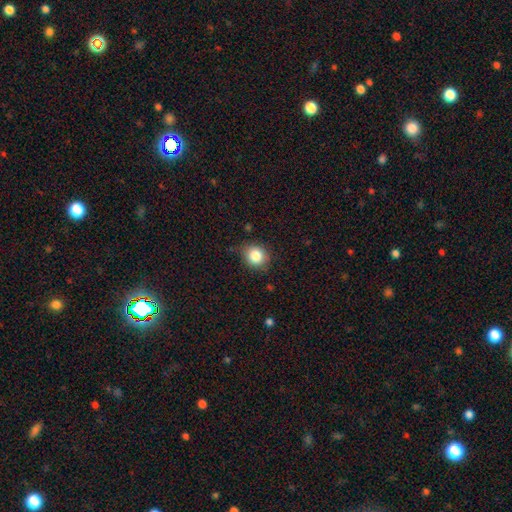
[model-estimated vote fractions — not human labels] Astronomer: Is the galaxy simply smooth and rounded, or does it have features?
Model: smooth — 84%.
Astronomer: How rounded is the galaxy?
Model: round — 77%.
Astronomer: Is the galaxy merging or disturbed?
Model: none — 80%.